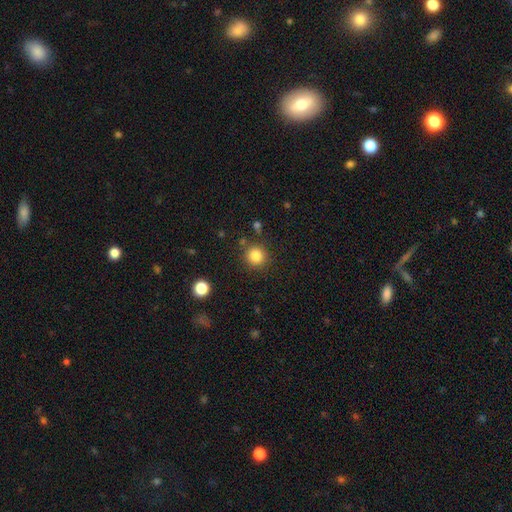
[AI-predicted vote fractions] Q: Smooth or featured?
A: smooth (83%); runner-up: star or artifact (11%)
Q: How rounded?
A: round (93%); runner-up: in between (6%)
Q: Merging?
A: none (86%); runner-up: minor disturbance (8%)